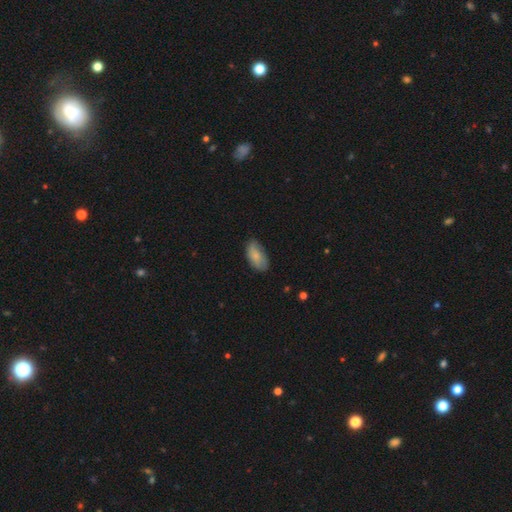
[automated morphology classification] A smooth galaxy with no disk features (80%) that is in between round and cigar-shaped (93%). Merging: none (73%).